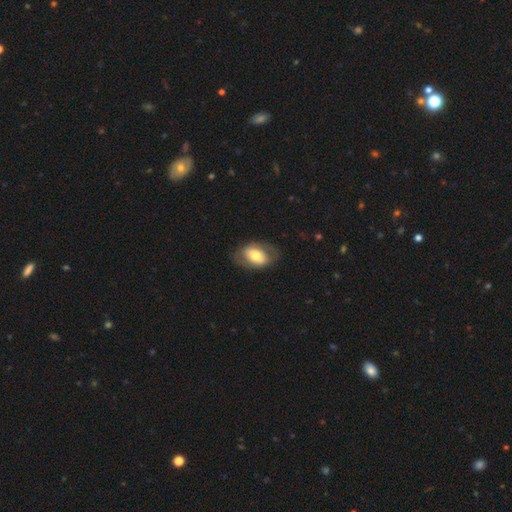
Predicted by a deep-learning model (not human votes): Smooth or featured?
  - smooth: 53% *
  - featured or disk: 41%
  - star or artifact: 6%
How rounded?
  - in between: 87% *
  - round: 12%
  - cigar-shaped: 2%
Merging?
  - none: 73% *
  - minor disturbance: 17%
  - major disturbance: 9%
  - merger: 1%